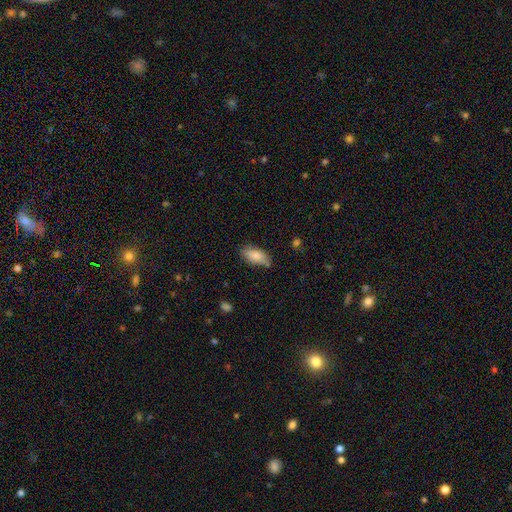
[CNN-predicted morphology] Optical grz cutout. It shows a smooth galaxy with no disk features (83%) that is in between round and cigar-shaped (89%). Merging: none (73%).